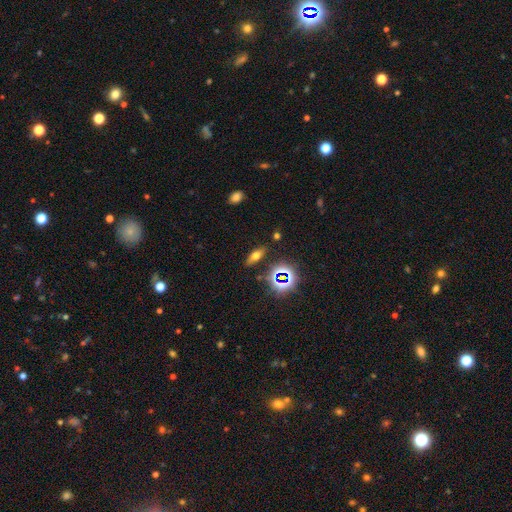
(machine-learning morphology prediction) Q: Smooth or featured?
A: smooth (51%); runner-up: star or artifact (25%)
Q: How rounded?
A: in between (63%); runner-up: cigar-shaped (27%)
Q: Merging?
A: none (83%); runner-up: minor disturbance (10%)